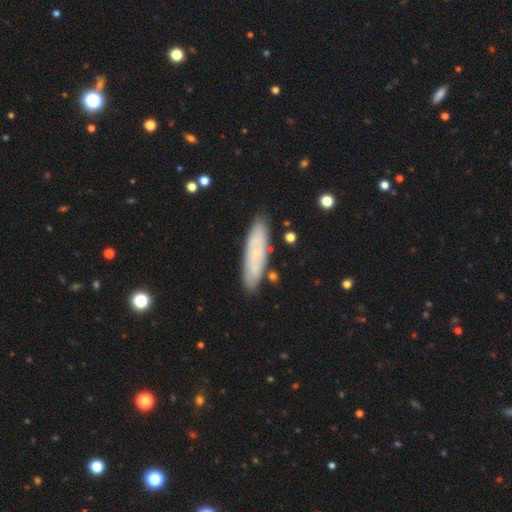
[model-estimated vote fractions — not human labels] This is possibly a featured or disk galaxy (47%). Merging: clearly none (83%).